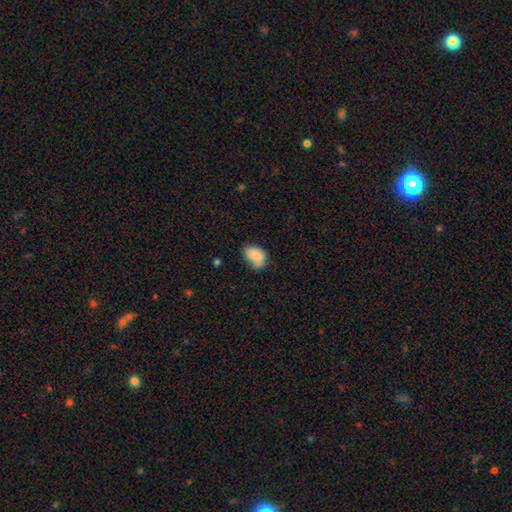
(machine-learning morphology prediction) smooth_or_featured: smooth (p=0.83) [alt: featured or disk p=0.09]
how_rounded: in between (p=0.84) [alt: round p=0.15]
merging: none (p=0.49) [alt: minor disturbance p=0.38]